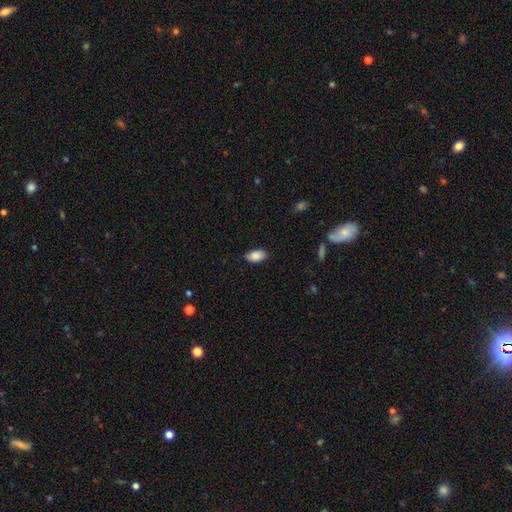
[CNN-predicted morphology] smooth_or_featured: smooth (p=0.88) [alt: star or artifact p=0.07]
how_rounded: in between (p=0.93) [alt: round p=0.05]
merging: none (p=0.83) [alt: minor disturbance p=0.13]